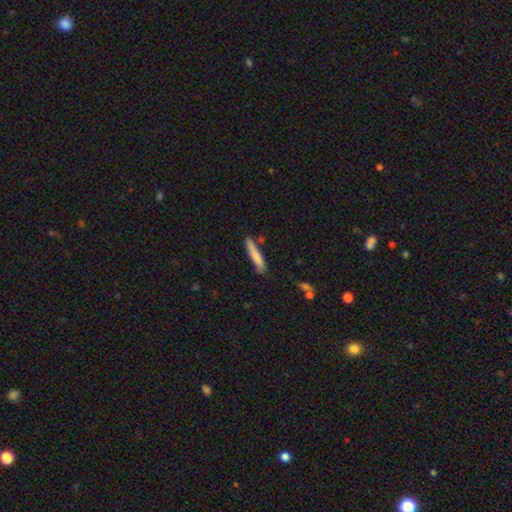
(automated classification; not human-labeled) Overall: smooth (77%). How rounded: cigar-shaped (92%). Merging: none (78%).